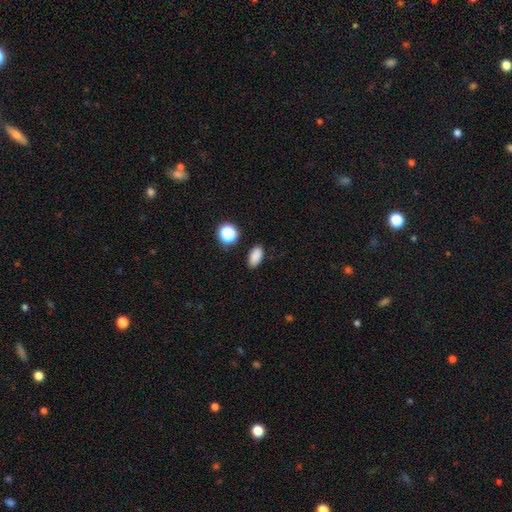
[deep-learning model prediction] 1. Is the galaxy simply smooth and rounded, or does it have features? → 84% smooth, 12% star or artifact, 4% featured or disk.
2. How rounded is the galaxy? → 88% in between, 8% round, 4% cigar-shaped.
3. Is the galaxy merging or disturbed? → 85% none, 10% minor disturbance, 3% major disturbance, 2% merger.